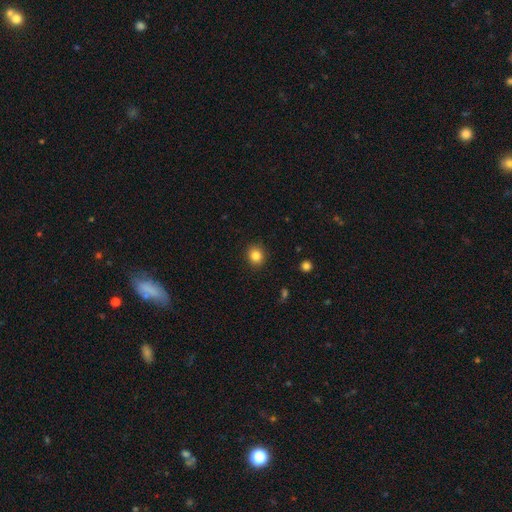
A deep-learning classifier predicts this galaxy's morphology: type=smooth (84%); roundness=round (80%); merging=none (90%).